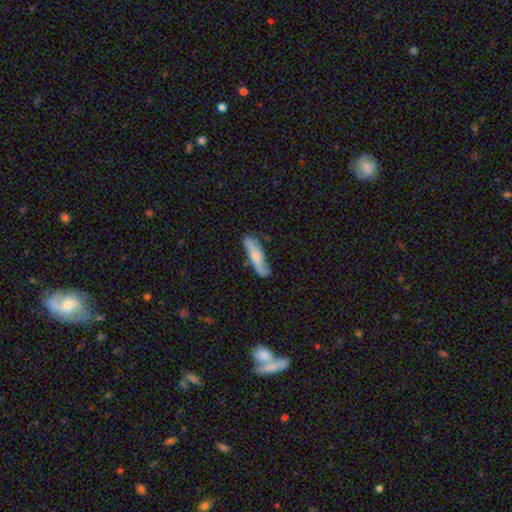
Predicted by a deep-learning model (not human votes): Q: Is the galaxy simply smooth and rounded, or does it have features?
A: smooth — 57%.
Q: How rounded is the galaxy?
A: cigar-shaped — 67%.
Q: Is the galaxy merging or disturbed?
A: none — 67%.